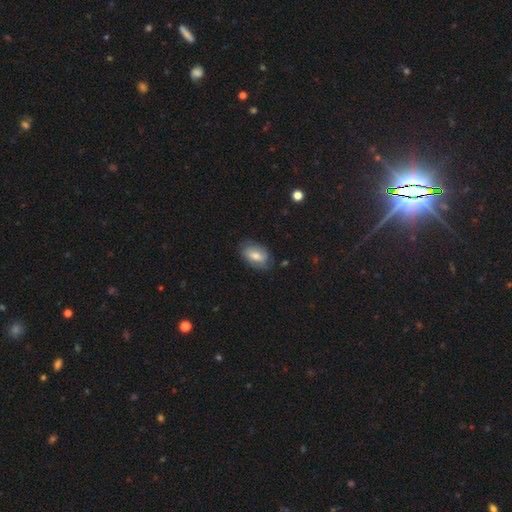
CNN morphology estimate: Overall: smooth (63%; featured or disk 30%). How rounded: in between (89%). Merging: none (73%).